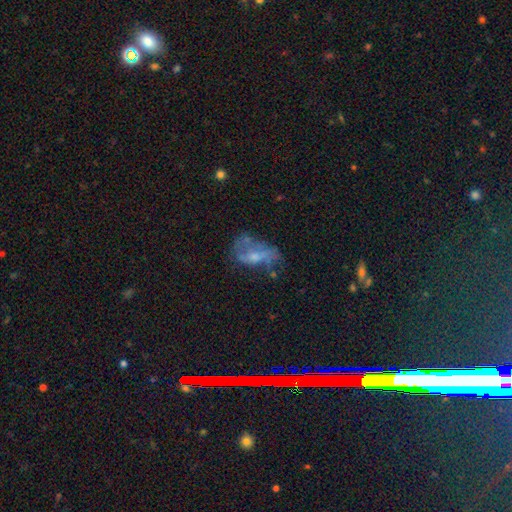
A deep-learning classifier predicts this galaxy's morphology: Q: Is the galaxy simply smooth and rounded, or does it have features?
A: featured or disk — 54%.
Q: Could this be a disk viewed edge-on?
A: no — 94%.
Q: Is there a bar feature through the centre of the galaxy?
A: no — 66%.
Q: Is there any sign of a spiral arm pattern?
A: no — 63%.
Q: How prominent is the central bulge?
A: small — 40%.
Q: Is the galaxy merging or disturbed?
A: none — 35%.